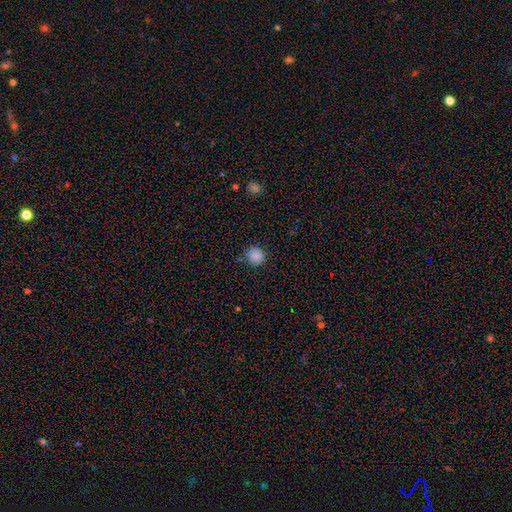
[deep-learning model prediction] smooth 86%, star or artifact 10%, featured or disk 4%. Down the decision tree: how rounded — round (87%); merging — none (84%).